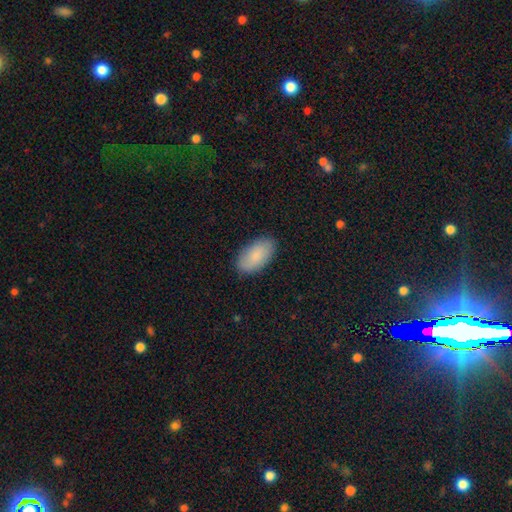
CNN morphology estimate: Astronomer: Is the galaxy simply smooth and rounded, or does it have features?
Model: smooth — 86%.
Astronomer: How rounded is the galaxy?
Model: in between — 95%.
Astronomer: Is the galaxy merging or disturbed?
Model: none — 86%.